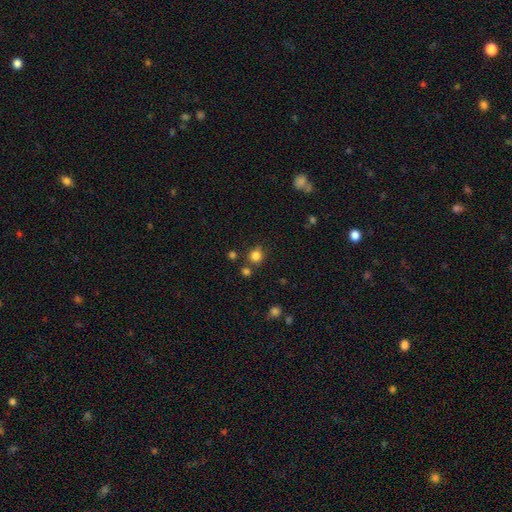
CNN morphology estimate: type=smooth (81%); roundness=round (87%); merging=none (76%).